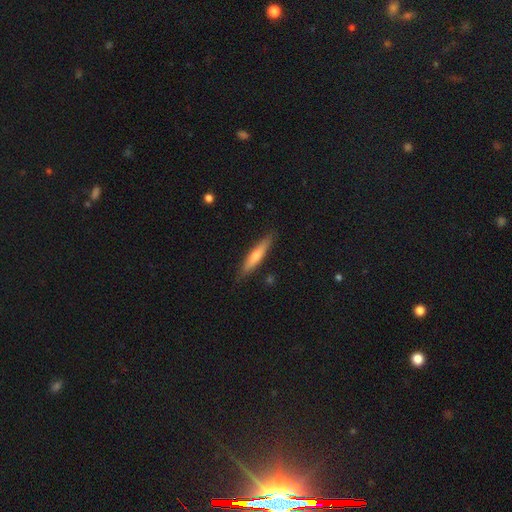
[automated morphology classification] This is possibly a smooth galaxy (48%). Merging: clearly none (87%).